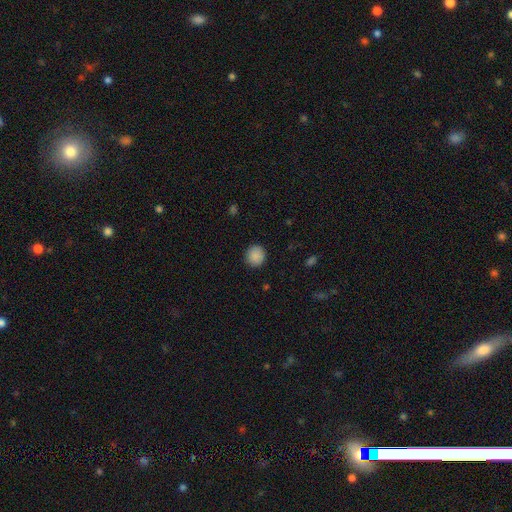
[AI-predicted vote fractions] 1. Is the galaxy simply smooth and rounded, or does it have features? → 89% smooth, 8% star or artifact, 3% featured or disk.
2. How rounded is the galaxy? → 90% round, 9% in between, 1% cigar-shaped.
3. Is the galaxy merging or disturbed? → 90% none, 7% minor disturbance, 2% major disturbance, 1% merger.